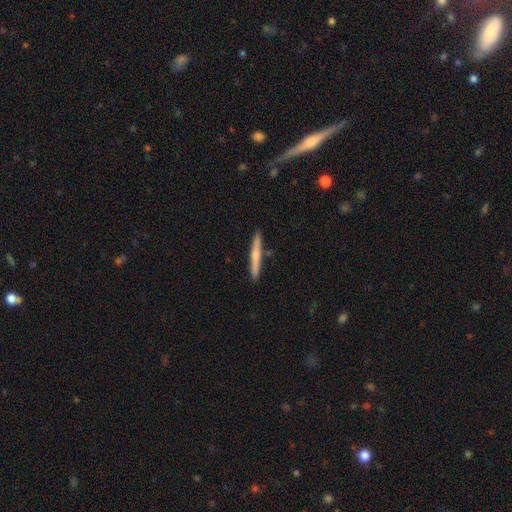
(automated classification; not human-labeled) Smooth or featured: smooth — 48% (featured or disk — 46%)
Merging: none — 89% (minor disturbance — 7%)